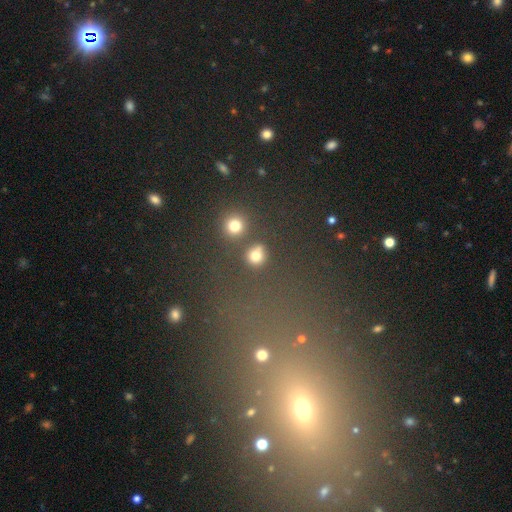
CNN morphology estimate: Overall: smooth (77%). How rounded: round (80%). Merging: none (71%).